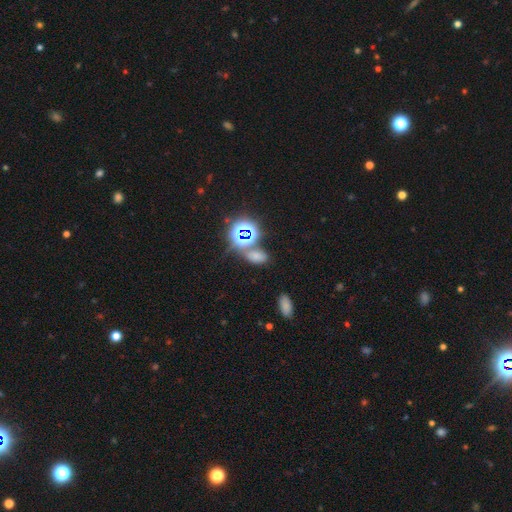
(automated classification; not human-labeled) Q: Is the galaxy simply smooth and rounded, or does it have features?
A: smooth — 52%.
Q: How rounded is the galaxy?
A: in between — 85%.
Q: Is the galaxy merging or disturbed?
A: none — 60%.